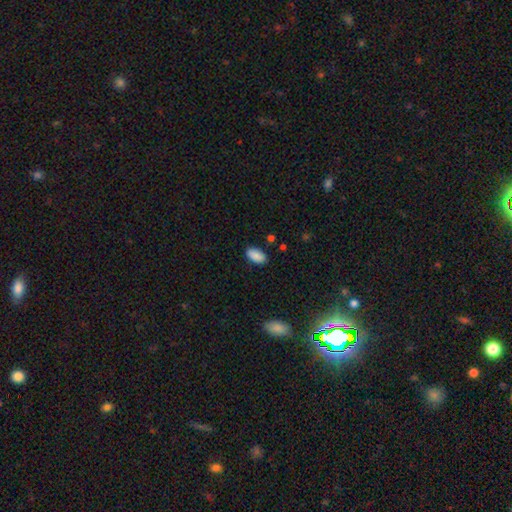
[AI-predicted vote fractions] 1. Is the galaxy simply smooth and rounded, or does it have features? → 89% smooth, 7% star or artifact, 3% featured or disk.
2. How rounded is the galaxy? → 94% in between, 3% cigar-shaped, 3% round.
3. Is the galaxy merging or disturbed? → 86% none, 10% minor disturbance, 2% major disturbance, 2% merger.